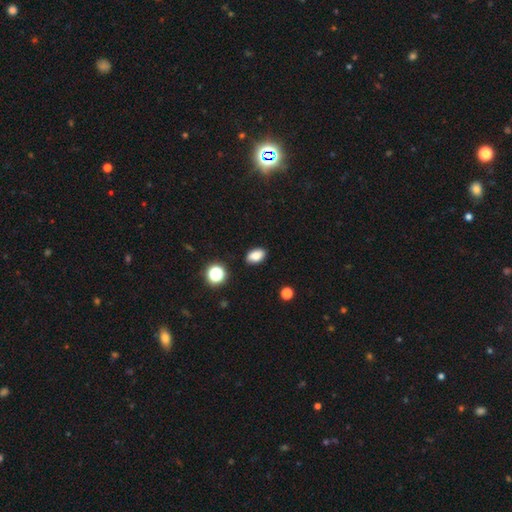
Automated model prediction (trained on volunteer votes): The model was most divided on "smooth or featured": smooth: 84%, star or artifact: 11%, featured or disk: 5%. More confident: how rounded — in between (88%); merging — none (88%).